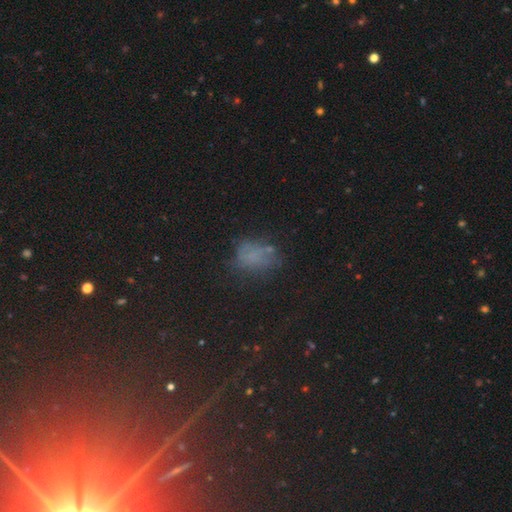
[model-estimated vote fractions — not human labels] A smooth galaxy with no disk features (47%). Merging: none (55%).